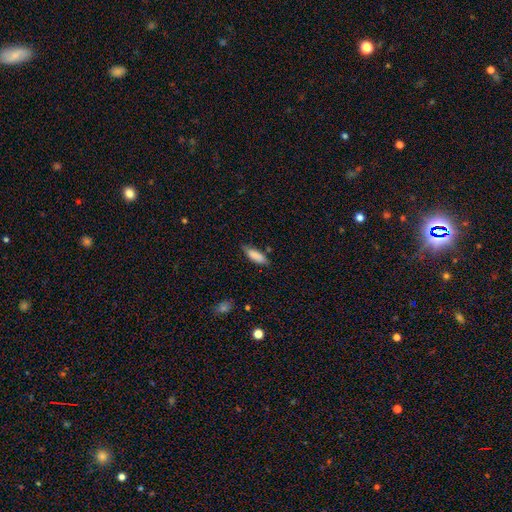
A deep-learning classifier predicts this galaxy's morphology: smooth_or_featured: smooth (p=0.85) [alt: featured or disk p=0.08]
how_rounded: in between (p=0.61) [alt: cigar-shaped p=0.37]
merging: none (p=0.71) [alt: minor disturbance p=0.22]